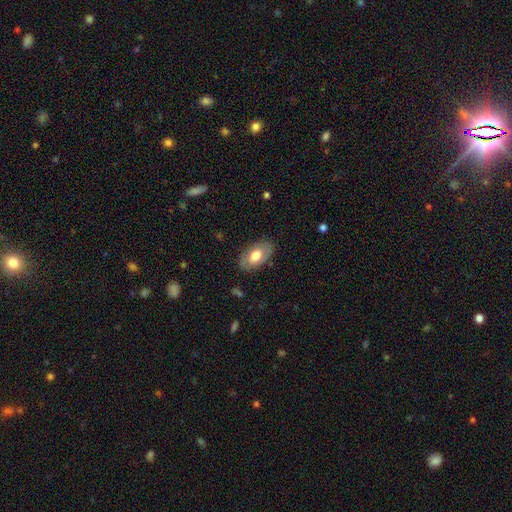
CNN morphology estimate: smooth-or-featured: smooth: 63% | featured or disk: 32% | star or artifact: 6%
  how-rounded: in between: 93% | round: 5% | cigar-shaped: 2%
  merging: none: 82% | minor disturbance: 13% | major disturbance: 4% | merger: 1%